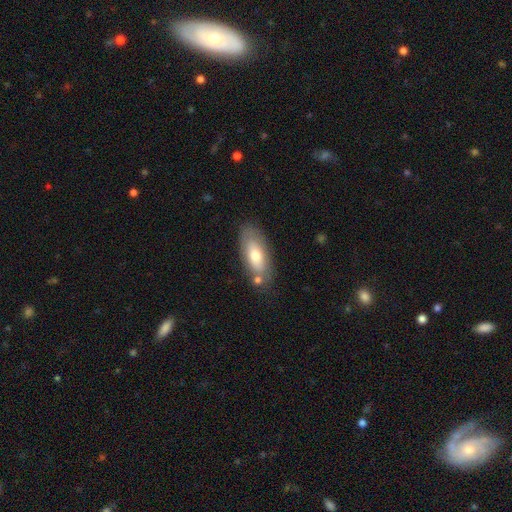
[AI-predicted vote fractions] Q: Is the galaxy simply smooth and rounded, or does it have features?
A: smooth — 66%.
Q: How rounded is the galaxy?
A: in between — 83%.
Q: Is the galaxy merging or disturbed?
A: none — 72%.